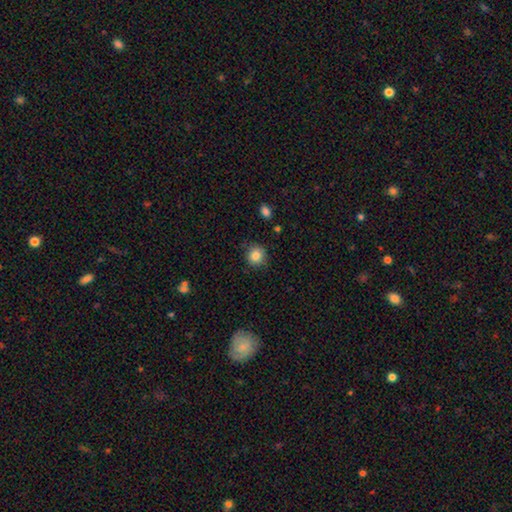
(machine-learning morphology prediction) Smooth or featured?
  - smooth: 84% *
  - star or artifact: 10%
  - featured or disk: 6%
How rounded?
  - round: 89% *
  - in between: 10%
  - cigar-shaped: 1%
Merging?
  - none: 84% *
  - minor disturbance: 12%
  - major disturbance: 3%
  - merger: 2%